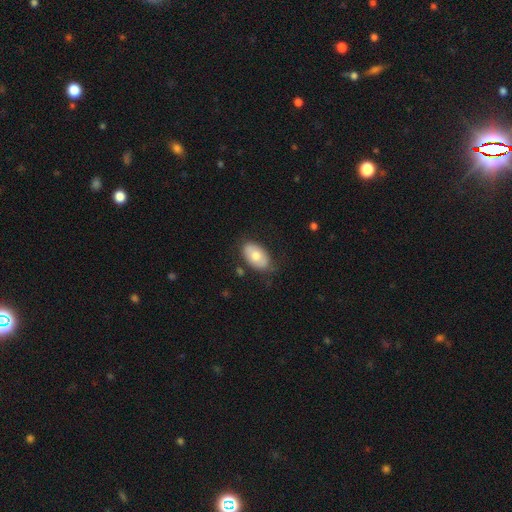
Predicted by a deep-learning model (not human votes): smooth 71%, featured or disk 23%, star or artifact 6%. Down the decision tree: how rounded — in between (92%); merging — none (76%).